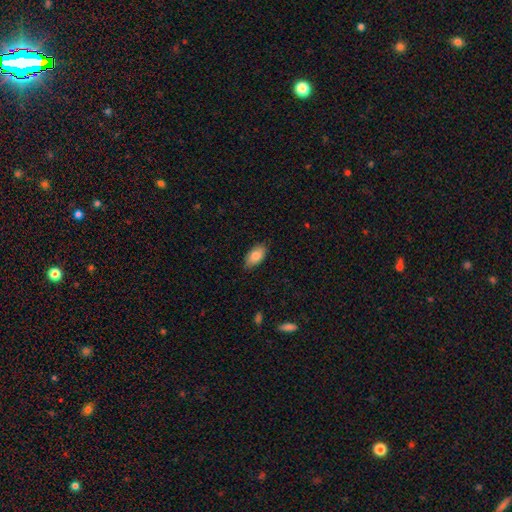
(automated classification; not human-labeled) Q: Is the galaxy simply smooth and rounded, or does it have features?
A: smooth — 84%.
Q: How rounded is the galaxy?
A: in between — 93%.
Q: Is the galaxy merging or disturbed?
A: none — 84%.